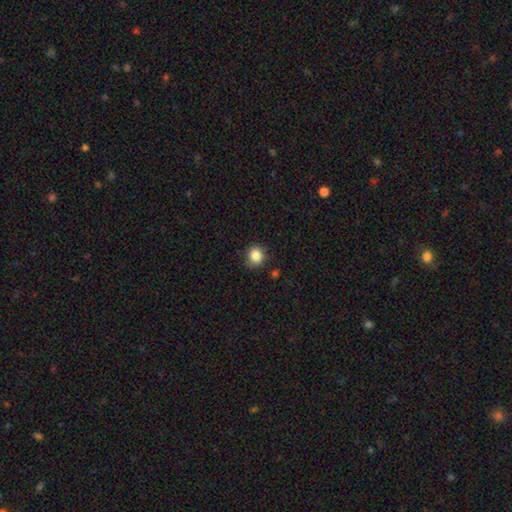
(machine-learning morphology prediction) This appears to be a smooth galaxy with no disk features (85%) that is round (87%). Merging: none (86%).